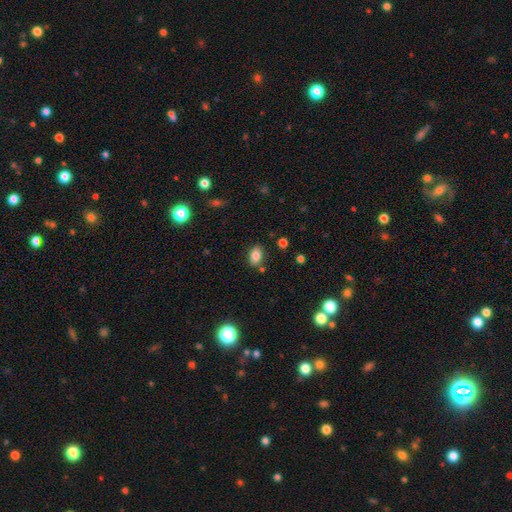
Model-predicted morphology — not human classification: Smooth or featured? Predicted: smooth (p=0.81). How rounded? Predicted: in between (p=0.83). Merging? Predicted: none (p=0.82).